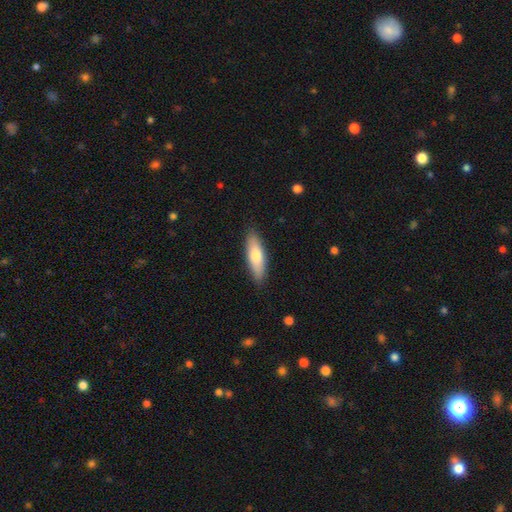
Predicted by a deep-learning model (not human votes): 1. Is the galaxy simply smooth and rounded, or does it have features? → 74% smooth, 21% featured or disk, 5% star or artifact.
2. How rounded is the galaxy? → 53% in between, 45% cigar-shaped, 2% round.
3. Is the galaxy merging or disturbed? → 87% none, 10% minor disturbance, 2% major disturbance, 1% merger.